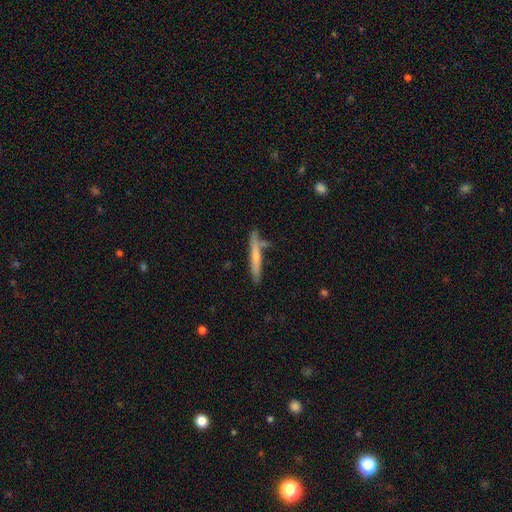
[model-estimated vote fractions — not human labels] smooth 58%, featured or disk 35%, star or artifact 6%. Down the decision tree: how rounded — cigar-shaped (94%); merging — none (71%).